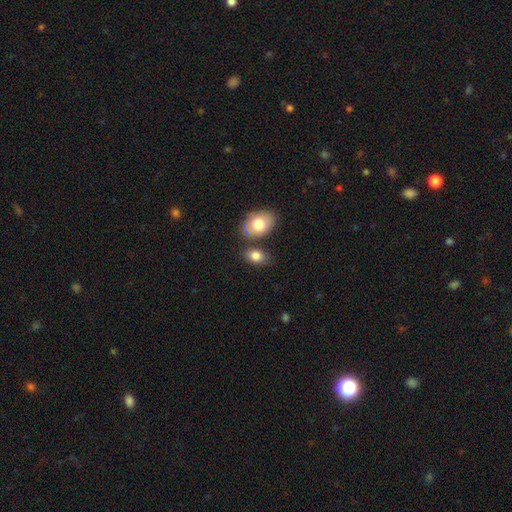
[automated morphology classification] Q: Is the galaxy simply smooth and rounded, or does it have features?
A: smooth — 81%.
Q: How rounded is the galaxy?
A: in between — 85%.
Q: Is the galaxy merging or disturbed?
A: none — 67%.